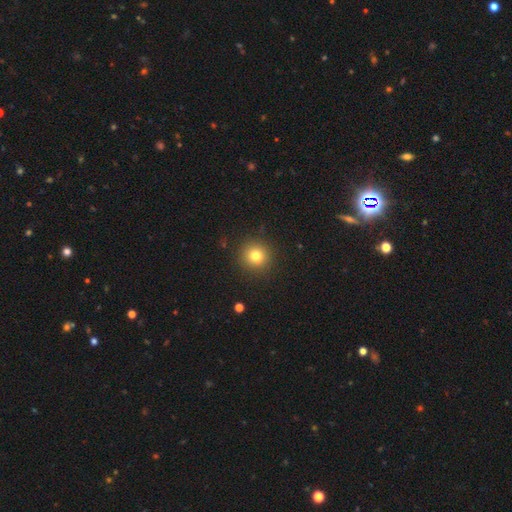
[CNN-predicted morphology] A smooth galaxy with no disk features (78%) that is round (94%). Merging: none (91%).